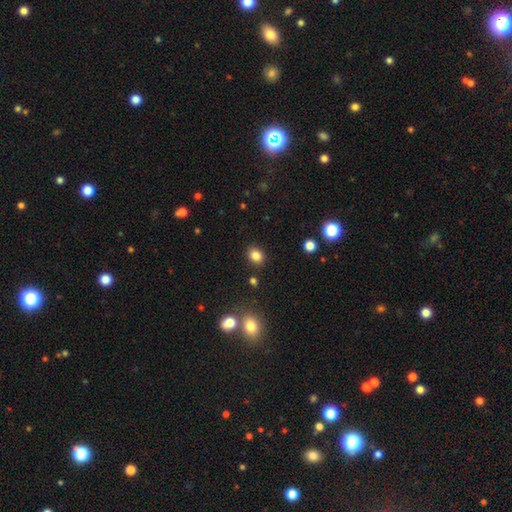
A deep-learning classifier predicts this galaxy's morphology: A smooth galaxy with no disk features (84%) that is in between round and cigar-shaped (50%).

Vote fractions:
- Smooth or featured? smooth: 84% / star or artifact: 11% / featured or disk: 5%
- How rounded? in between: 50% / round: 49% / cigar-shaped: 1%
- Merging? none: 87% / minor disturbance: 8% / major disturbance: 3% / merger: 2%